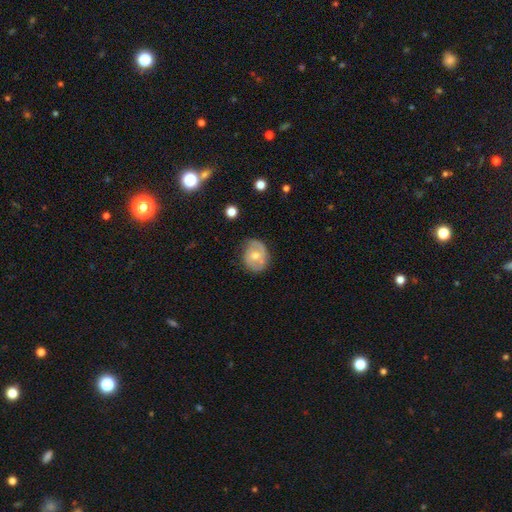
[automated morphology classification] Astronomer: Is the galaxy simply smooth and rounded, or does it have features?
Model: featured or disk — 50% (runner-up: smooth, 43%).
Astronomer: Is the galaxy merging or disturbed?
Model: none — 67%.